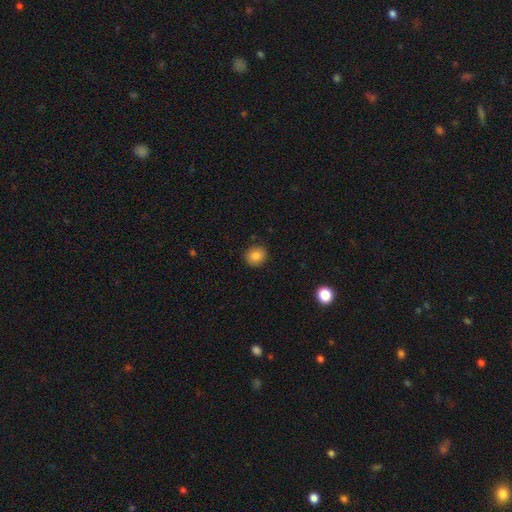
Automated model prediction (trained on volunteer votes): Smooth or featured? smooth (84%)
How rounded? round (83%)
Merging? none (88%)